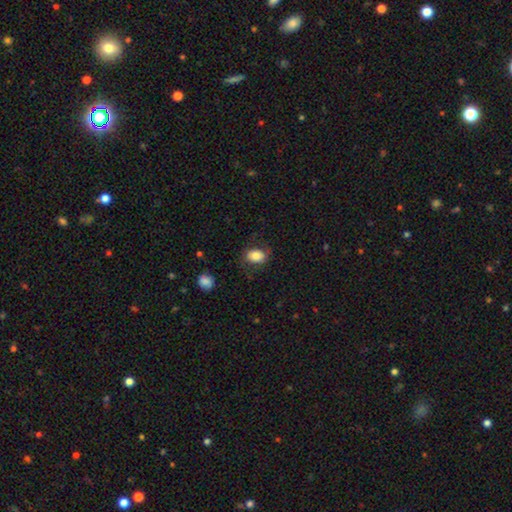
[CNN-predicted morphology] Overall: smooth (81%). How rounded: in between (77%). Merging: none (74%).